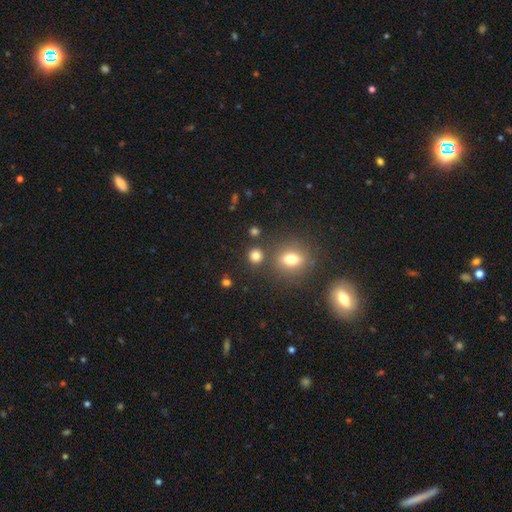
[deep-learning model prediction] Q: Smooth or featured?
A: smooth (78%); runner-up: star or artifact (15%)
Q: How rounded?
A: round (86%); runner-up: in between (13%)
Q: Merging?
A: none (80%); runner-up: merger (9%)